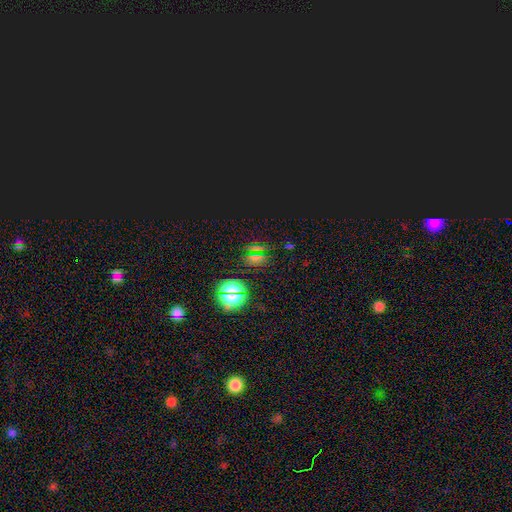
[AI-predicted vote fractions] Smooth or featured? star or artifact (61%)